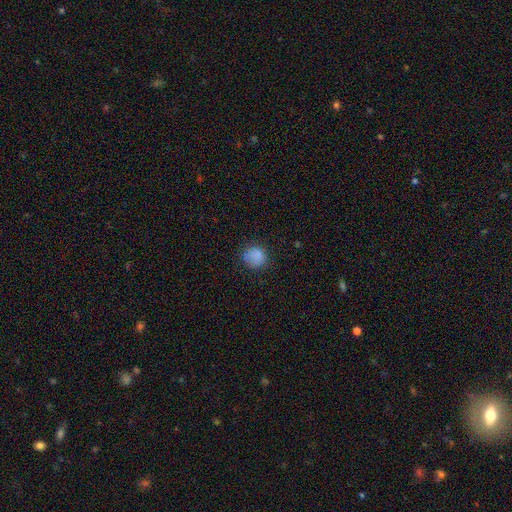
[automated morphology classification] This is clearly a smooth galaxy (83%). How rounded: clearly round (81%). Merging: likely none (75%).